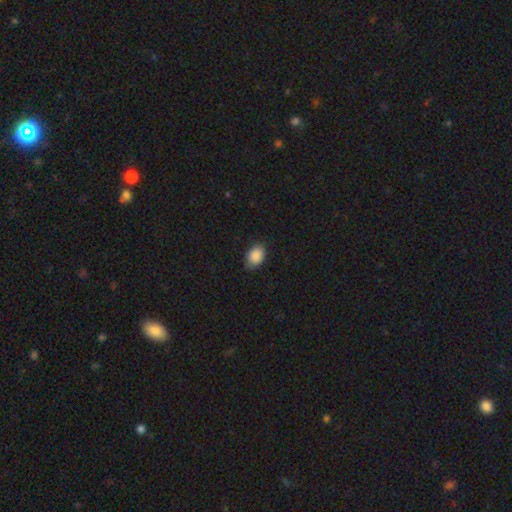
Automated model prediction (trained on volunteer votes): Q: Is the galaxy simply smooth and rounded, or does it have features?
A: smooth — 89%.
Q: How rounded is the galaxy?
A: in between — 81%.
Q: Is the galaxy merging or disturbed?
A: none — 82%.